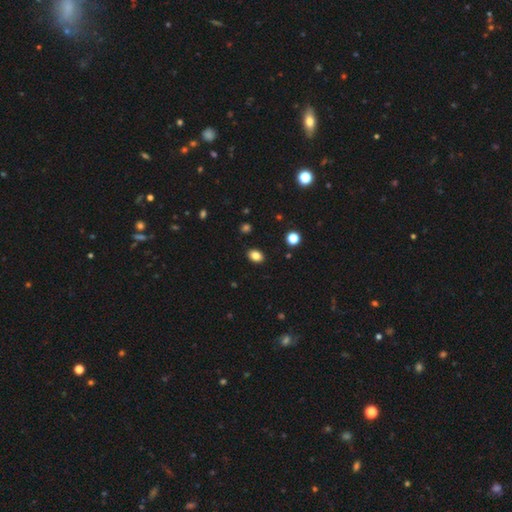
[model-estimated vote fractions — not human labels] Smooth or featured: smooth — 84% (star or artifact — 11%)
How rounded: in between — 72% (round — 27%)
Merging: none — 89% (minor disturbance — 8%)